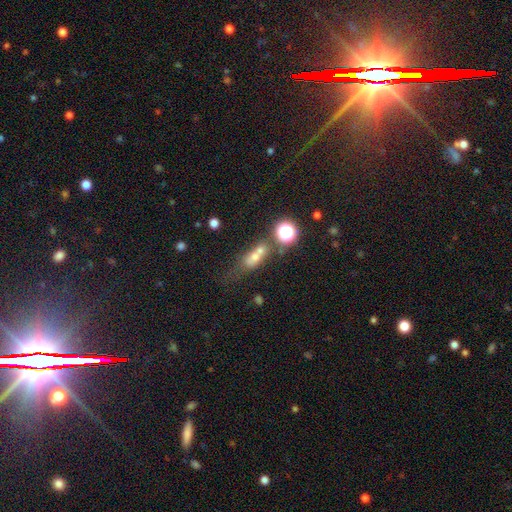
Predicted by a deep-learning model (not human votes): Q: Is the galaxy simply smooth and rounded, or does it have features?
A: smooth — 58%.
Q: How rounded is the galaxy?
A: in between — 49%.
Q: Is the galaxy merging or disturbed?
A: merger — 49%.